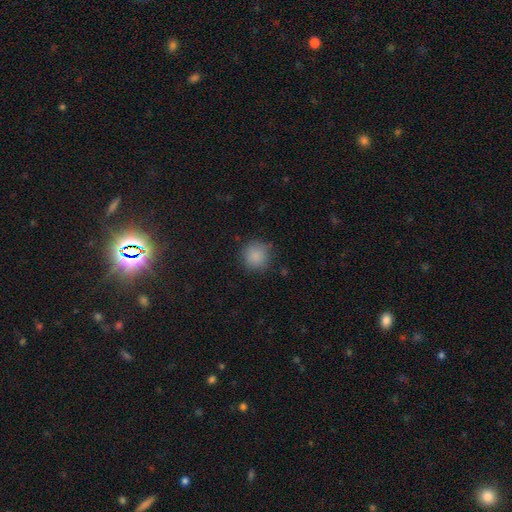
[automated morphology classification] Smooth or featured?
  - smooth: 86% *
  - star or artifact: 9%
  - featured or disk: 4%
How rounded?
  - round: 92% *
  - in between: 7%
  - cigar-shaped: 1%
Merging?
  - none: 83% *
  - minor disturbance: 12%
  - major disturbance: 3%
  - merger: 1%